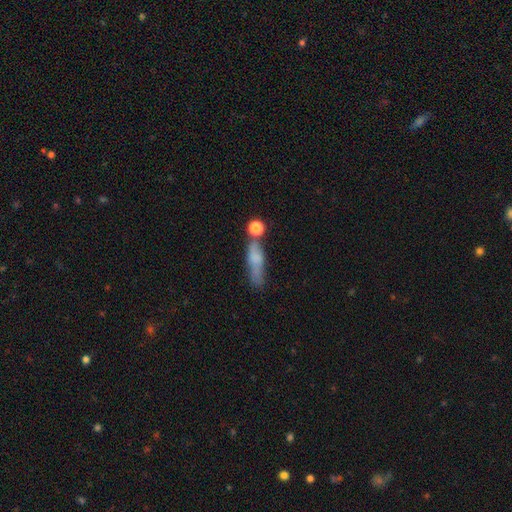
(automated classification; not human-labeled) smooth-or-featured: smooth: 60% | featured or disk: 28% | star or artifact: 12%
  how-rounded: cigar-shaped: 60% | in between: 32% | round: 8%
  merging: none: 43% | minor disturbance: 22% | merger: 21% | major disturbance: 15%